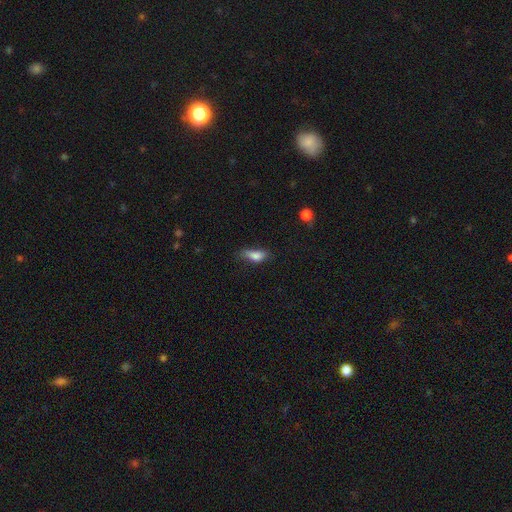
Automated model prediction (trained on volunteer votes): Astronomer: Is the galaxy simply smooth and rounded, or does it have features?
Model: smooth — 78%.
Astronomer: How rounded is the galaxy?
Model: in between — 75%.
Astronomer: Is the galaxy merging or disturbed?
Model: none — 41% (runner-up: minor disturbance, 36%).